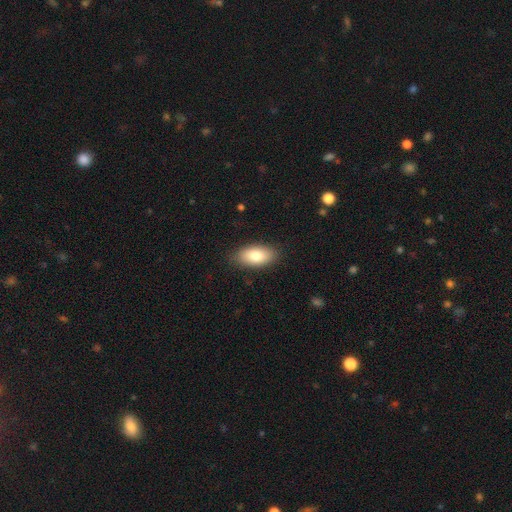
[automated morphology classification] smooth-or-featured: smooth: 81% | featured or disk: 13% | star or artifact: 7%
  how-rounded: in between: 93% | cigar-shaped: 4% | round: 4%
  merging: none: 86% | minor disturbance: 10% | major disturbance: 2% | merger: 1%